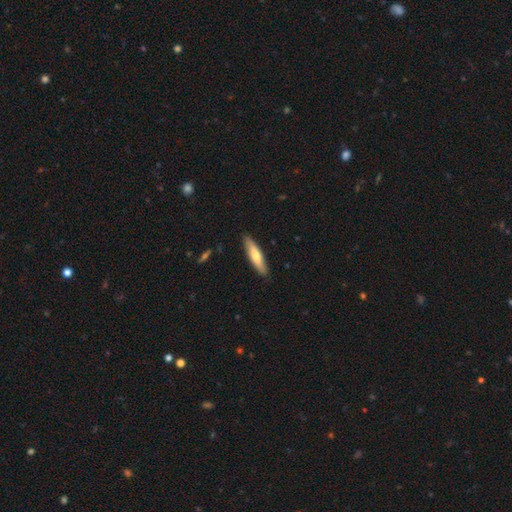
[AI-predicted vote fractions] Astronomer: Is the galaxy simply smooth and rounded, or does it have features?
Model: smooth — 67%.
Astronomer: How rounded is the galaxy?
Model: cigar-shaped — 78%.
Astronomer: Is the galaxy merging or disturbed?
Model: none — 88%.